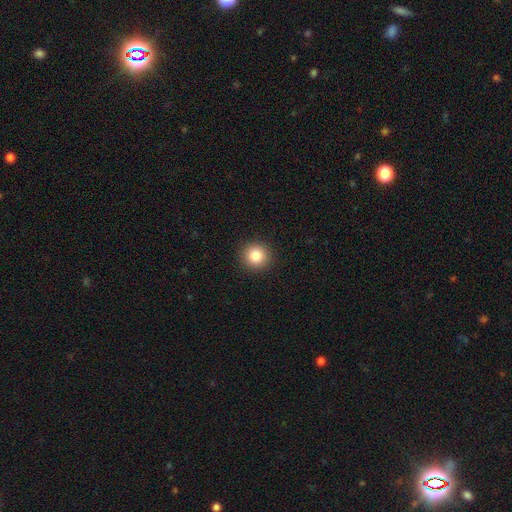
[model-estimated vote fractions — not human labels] A smooth galaxy with no disk features (84%) that is round (94%). Merging: none (92%).